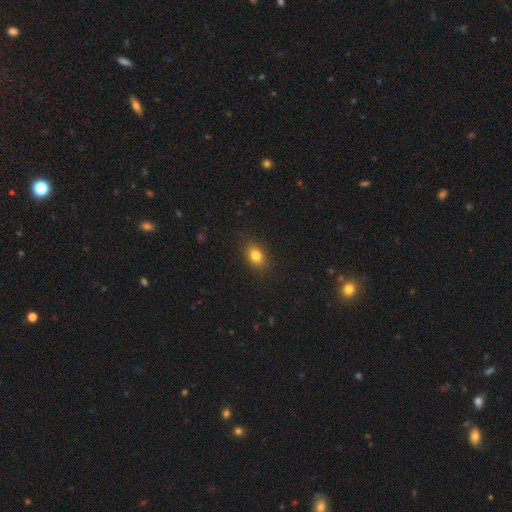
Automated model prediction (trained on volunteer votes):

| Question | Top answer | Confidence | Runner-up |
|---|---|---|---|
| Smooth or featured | smooth | 82% | star or artifact (10%) |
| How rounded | in between | 73% | round (25%) |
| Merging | none | 85% | minor disturbance (11%) |